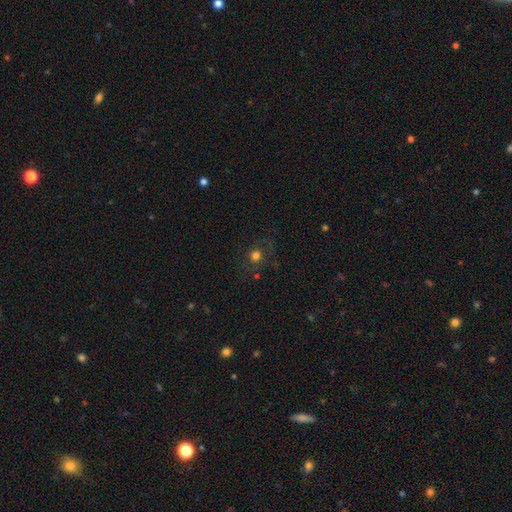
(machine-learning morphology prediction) Smooth or featured? Predicted: smooth (p=0.64). How rounded? Predicted: round (p=0.89). Merging? Predicted: none (p=0.73).